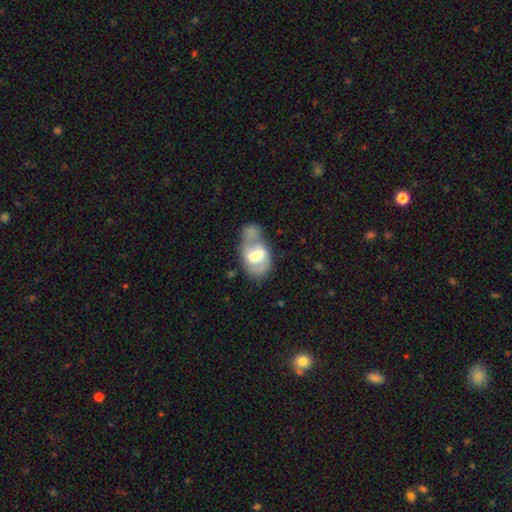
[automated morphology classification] Smooth or featured: featured or disk — 51% (smooth — 42%)
Edge-on disk: no — 96% (yes — 4%)
Merging: merger — 39% (none — 27%)